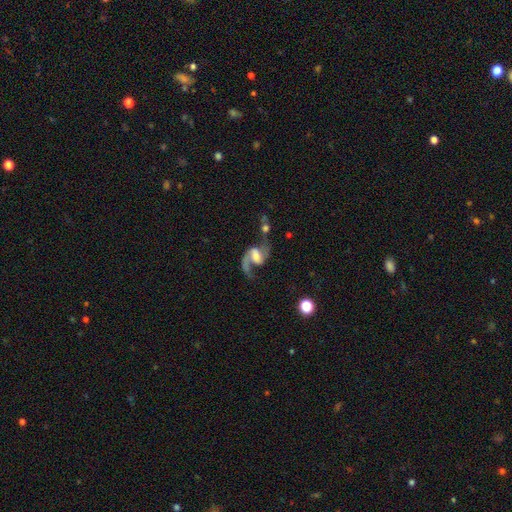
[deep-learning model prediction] smooth-or-featured: featured or disk: 85% | smooth: 9% | star or artifact: 6%
  disk-edge-on: no: 97% | yes: 3%
    bar: weak: 49% | strong: 29% | no: 22%
    has-spiral-arms: yes: 95% | no: 5%
      spiral-winding: loose: 61% | medium: 33% | tight: 6%
      spiral-arm-count: 2: 86% | 1: 9% | can't tell: 2% | 3: 1% | 4: 1% | more than 4: 1%
    bulge-size: moderate: 40% | small: 22% | large: 21% | none: 15% | dominant: 3%
  merging: none: 51% | major disturbance: 20% | merger: 15% | minor disturbance: 14%